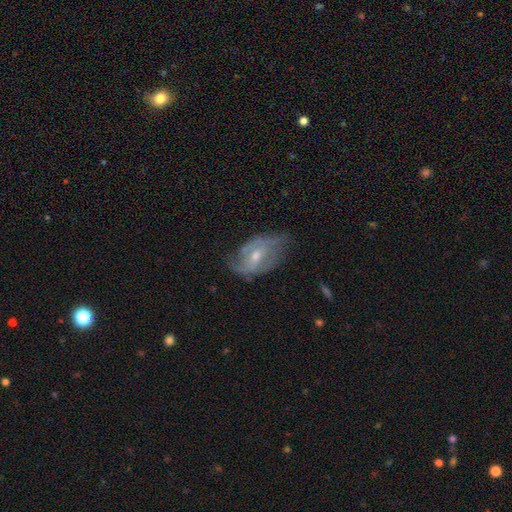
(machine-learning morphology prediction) Smooth or featured: featured or disk — 72% (smooth — 20%)
Edge-on disk: no — 94% (yes — 6%)
Bar: no — 46% (weak — 42%)
Spiral arms: yes — 82% (no — 18%)
Spiral winding: medium — 42% (loose — 30%)
Spiral arm count: 2 — 55% (can't tell — 26%)
Bulge size: moderate — 51% (small — 45%)
Merging: none — 55% (minor disturbance — 30%)